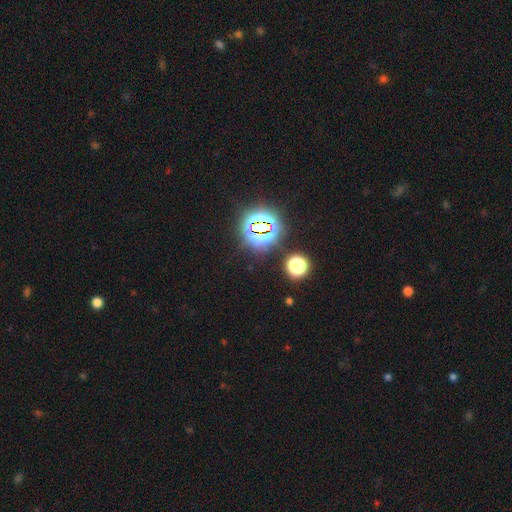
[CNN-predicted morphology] Smooth or featured: star or artifact — 82% (smooth — 13%)